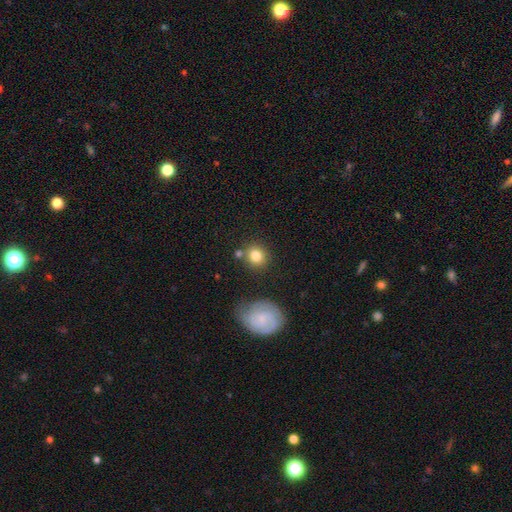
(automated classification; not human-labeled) This appears to be a smooth galaxy with no disk features (82%) that is round (85%). Merging: none (76%).